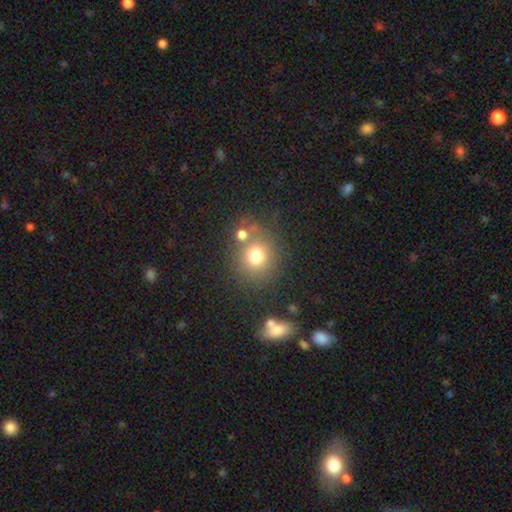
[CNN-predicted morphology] smooth-or-featured: smooth: 73% | star or artifact: 16% | featured or disk: 11%
  how-rounded: round: 85% | in between: 14% | cigar-shaped: 1%
  merging: none: 69% | merger: 15% | minor disturbance: 11% | major disturbance: 5%